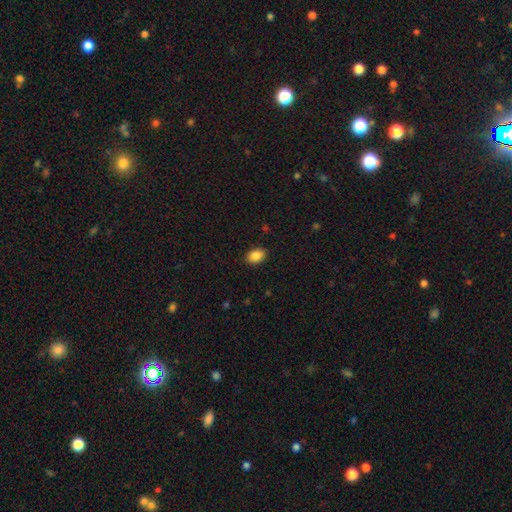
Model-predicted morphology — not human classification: Smooth or featured: smooth — 88% (star or artifact — 8%)
How rounded: in between — 76% (round — 23%)
Merging: none — 89% (minor disturbance — 8%)